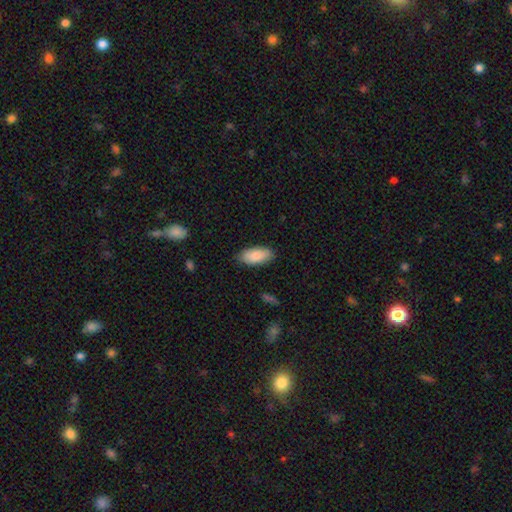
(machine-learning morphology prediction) Smooth or featured? smooth (88%)
How rounded? in between (89%)
Merging? none (84%)